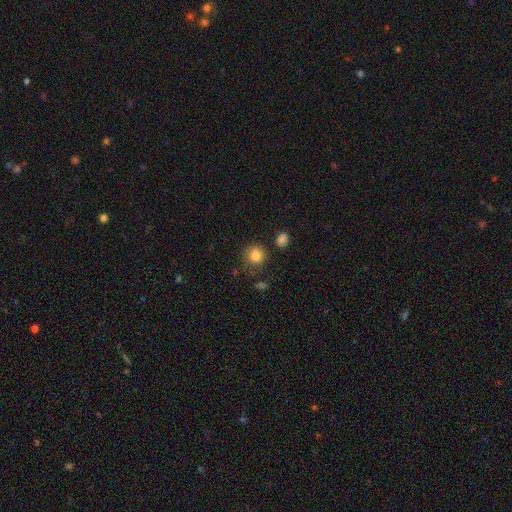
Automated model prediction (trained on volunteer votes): The model was most divided on "merging": none: 76%, minor disturbance: 14%, merger: 5%, major disturbance: 4%. More confident: how rounded — round (83%); smooth or featured — smooth (83%).